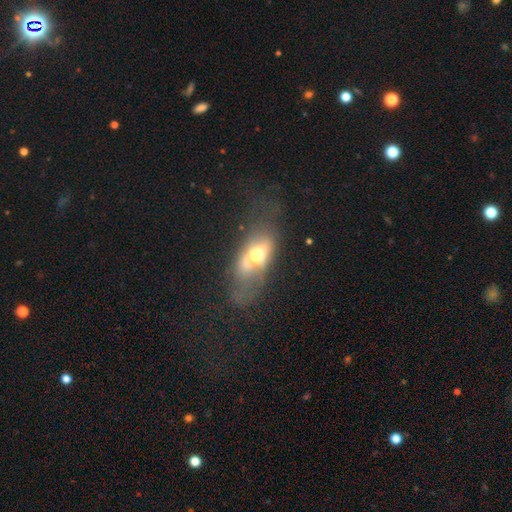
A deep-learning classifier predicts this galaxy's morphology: smooth-or-featured: smooth: 48% | featured or disk: 41% | star or artifact: 12%
  merging: none: 38% | major disturbance: 31% | minor disturbance: 21% | merger: 9%